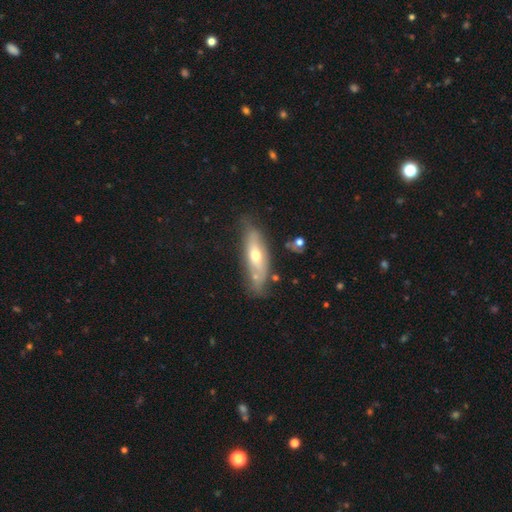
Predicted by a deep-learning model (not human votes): Smooth or featured: featured or disk — 52% (smooth — 42%)
Edge-on disk: no — 55% (yes — 45%)
Merging: none — 64% (minor disturbance — 23%)